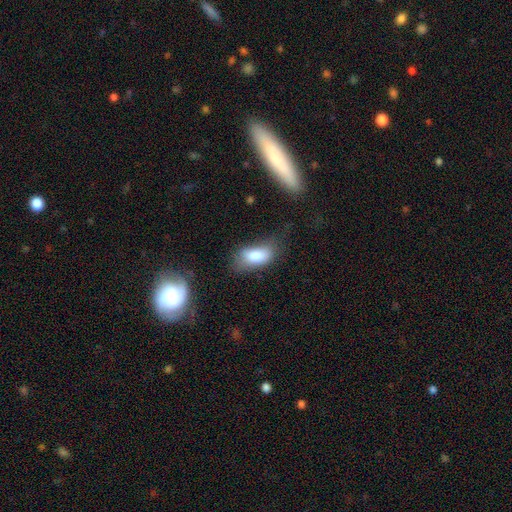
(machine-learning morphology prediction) A smooth galaxy with no disk features (80%) that is in between round and cigar-shaped (91%). Merging: none (46%).